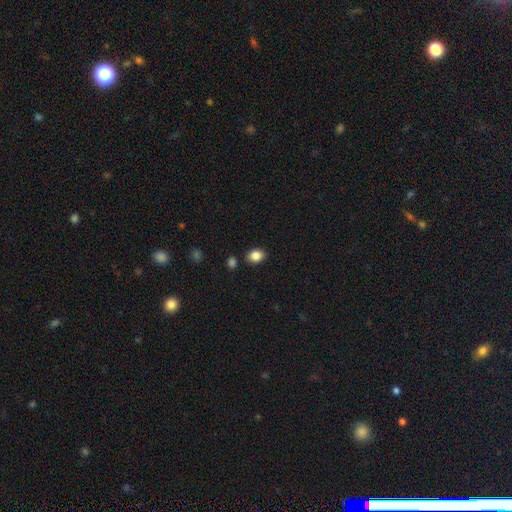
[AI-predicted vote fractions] Morphology: type=smooth (85%); roundness=in between (66%); merging=none (84%).